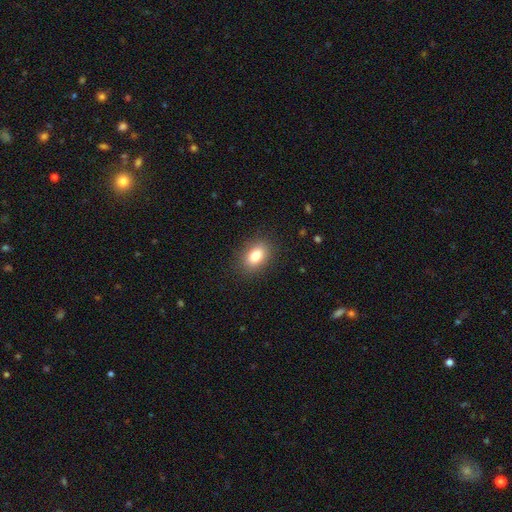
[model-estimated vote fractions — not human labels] This appears to be a smooth galaxy with no disk features (82%) that is in between round and cigar-shaped (81%). Merging: none (87%).